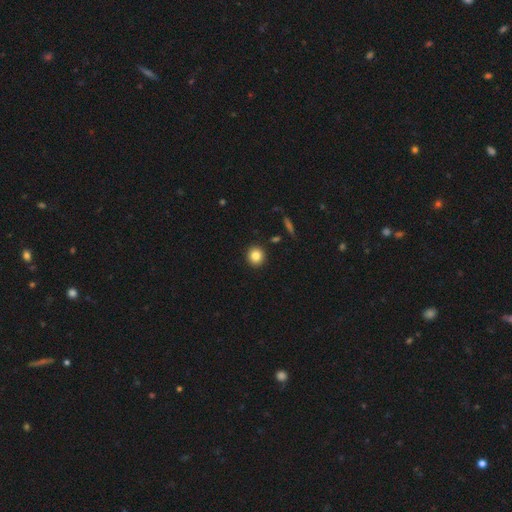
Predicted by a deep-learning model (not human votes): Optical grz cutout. It shows a smooth galaxy with no disk features (83%) that is round (92%). Merging: none (92%).